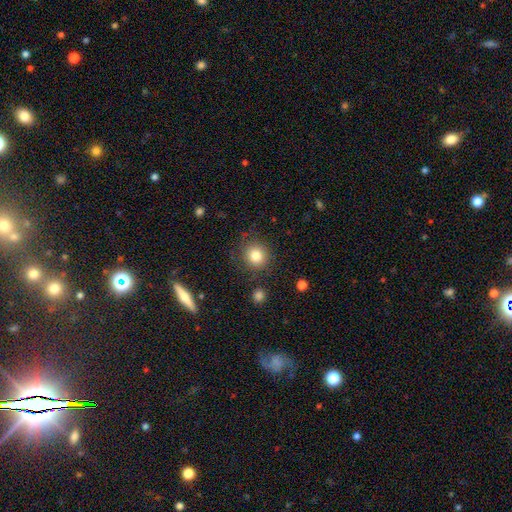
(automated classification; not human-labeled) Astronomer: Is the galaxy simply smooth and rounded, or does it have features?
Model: smooth — 83%.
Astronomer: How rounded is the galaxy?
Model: round — 88%.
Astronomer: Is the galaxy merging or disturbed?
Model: none — 83%.